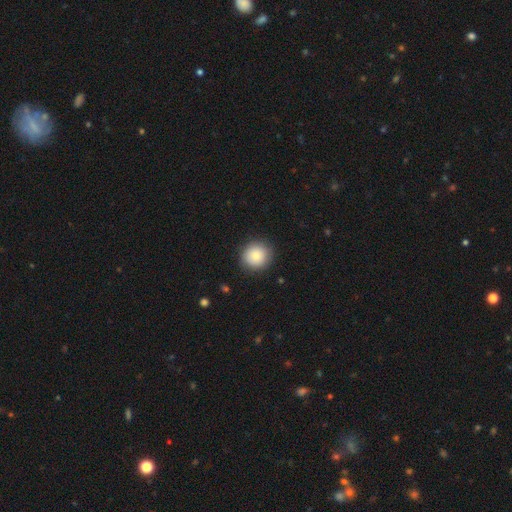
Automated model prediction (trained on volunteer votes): A smooth galaxy with no disk features (85%) that is round (91%).

Vote fractions:
- Smooth or featured? smooth: 85% / star or artifact: 8% / featured or disk: 7%
- How rounded? round: 91% / in between: 8% / cigar-shaped: 1%
- Merging? none: 89% / minor disturbance: 8% / major disturbance: 2% / merger: 1%